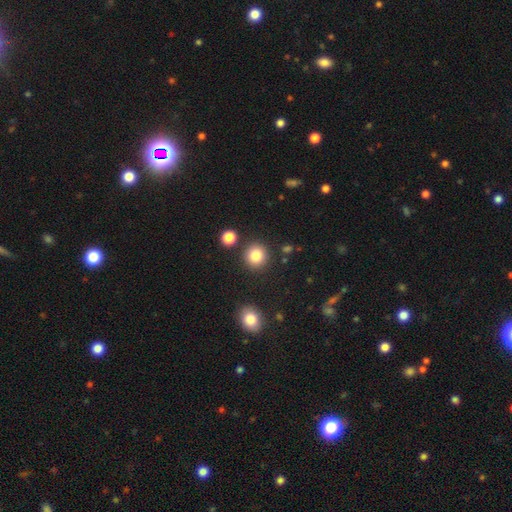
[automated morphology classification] Q: Smooth or featured?
A: smooth (84%); runner-up: star or artifact (10%)
Q: How rounded?
A: round (91%); runner-up: in between (8%)
Q: Merging?
A: none (87%); runner-up: minor disturbance (6%)